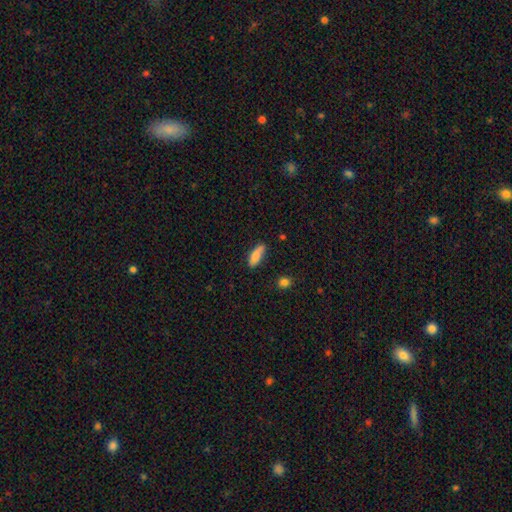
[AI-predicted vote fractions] Smooth or featured?
  - smooth: 83% *
  - featured or disk: 10%
  - star or artifact: 7%
How rounded?
  - in between: 61% *
  - cigar-shaped: 37%
  - round: 2%
Merging?
  - none: 76% *
  - minor disturbance: 18%
  - major disturbance: 3%
  - merger: 2%